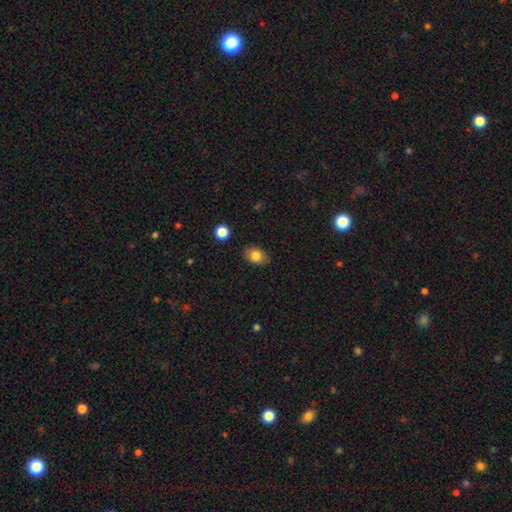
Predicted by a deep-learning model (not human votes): Overall: smooth (81%). How rounded: in between (78%). Merging: none (85%).